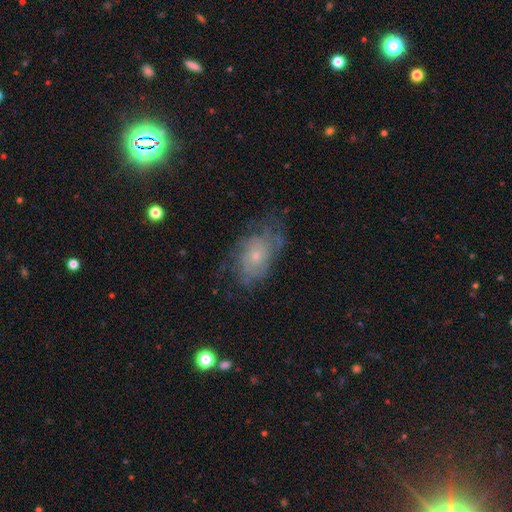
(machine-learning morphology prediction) Q: Smooth or featured?
A: featured or disk (63%); runner-up: smooth (26%)
Q: Edge-on disk?
A: no (96%); runner-up: yes (4%)
Q: Bar?
A: no (84%); runner-up: weak (14%)
Q: Spiral arms?
A: yes (78%); runner-up: no (22%)
Q: Bulge size?
A: small (73%); runner-up: moderate (22%)
Q: Merging?
A: none (57%); runner-up: minor disturbance (24%)